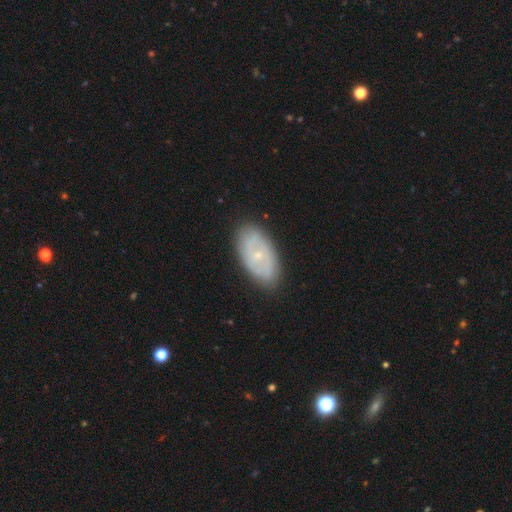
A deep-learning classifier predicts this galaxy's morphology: smooth-or-featured: featured or disk: 53% | smooth: 37% | star or artifact: 9%
  disk-edge-on: no: 90% | yes: 10%
  merging: none: 86% | minor disturbance: 10% | major disturbance: 2% | merger: 1%